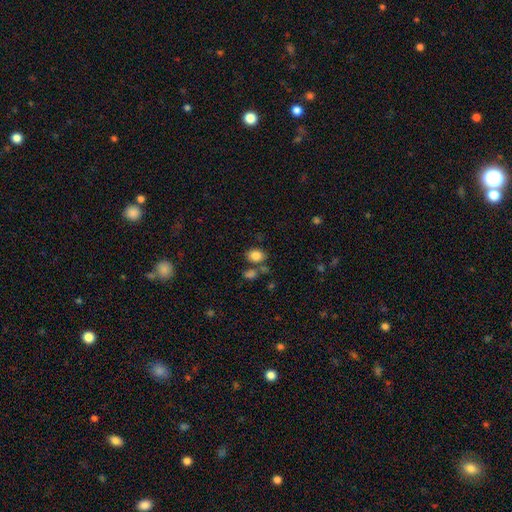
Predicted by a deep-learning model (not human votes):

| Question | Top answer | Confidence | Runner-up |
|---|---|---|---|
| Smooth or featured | smooth | 83% | star or artifact (10%) |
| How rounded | in between | 69% | round (30%) |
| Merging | none | 67% | merger (15%) |